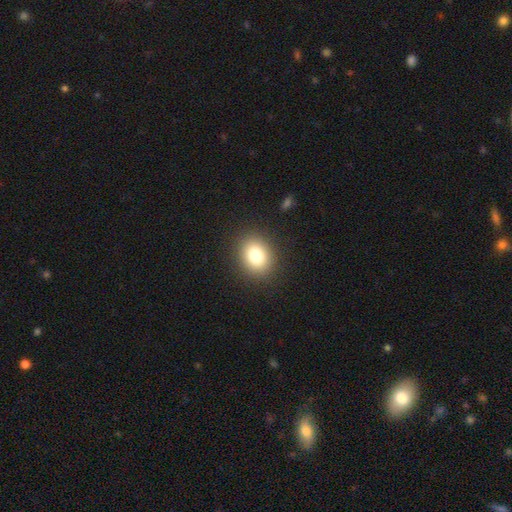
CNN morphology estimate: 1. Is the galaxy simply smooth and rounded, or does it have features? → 80% smooth, 11% star or artifact, 9% featured or disk.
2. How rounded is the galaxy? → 55% round, 44% in between, 1% cigar-shaped.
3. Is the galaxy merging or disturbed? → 89% none, 7% minor disturbance, 3% major disturbance, 1% merger.